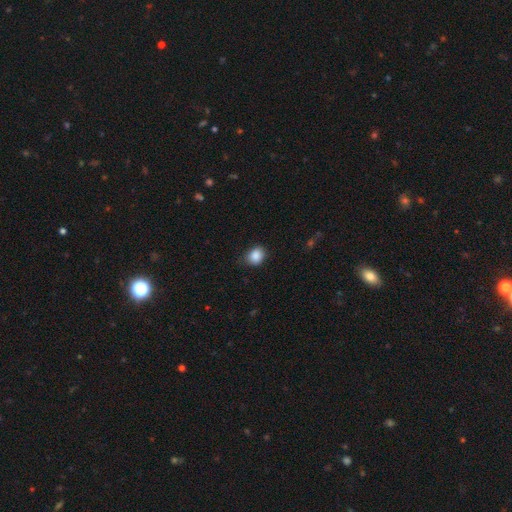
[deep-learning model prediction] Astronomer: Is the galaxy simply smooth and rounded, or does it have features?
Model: smooth — 88%.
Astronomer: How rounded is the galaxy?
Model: round — 57% (runner-up: in between, 42%).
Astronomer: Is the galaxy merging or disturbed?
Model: none — 77%.